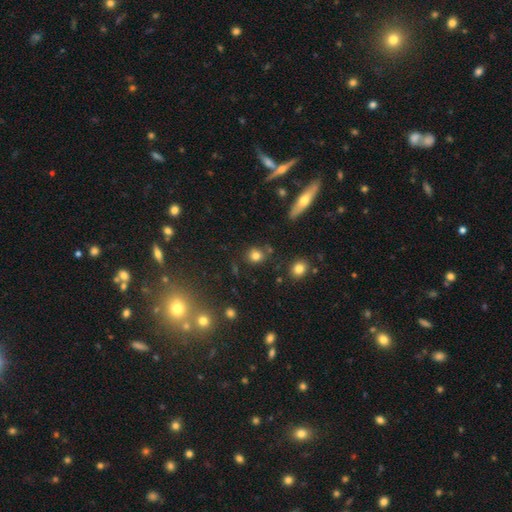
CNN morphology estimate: Smooth or featured: smooth — 78% (star or artifact — 14%)
How rounded: round — 80% (in between — 19%)
Merging: none — 76% (minor disturbance — 12%)